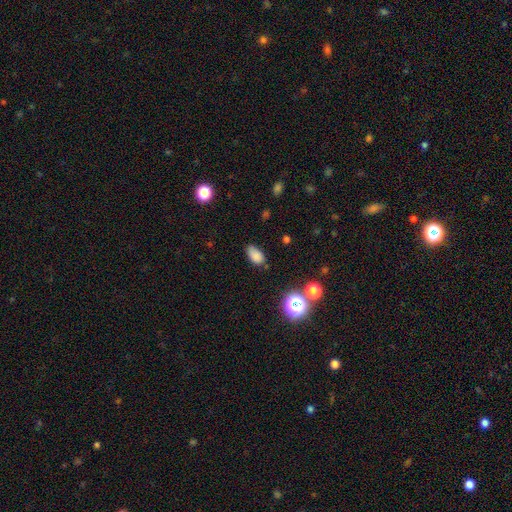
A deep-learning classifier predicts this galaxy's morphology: Smooth or featured? smooth (80%)
How rounded? in between (90%)
Merging? none (73%)